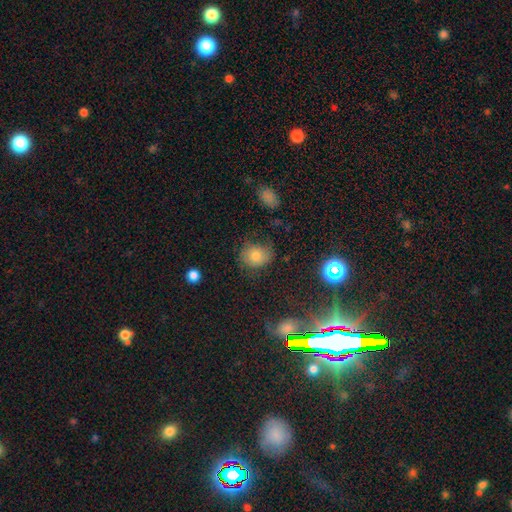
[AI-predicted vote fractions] Smooth or featured: smooth — 68% (star or artifact — 16%)
How rounded: round — 57% (in between — 41%)
Merging: none — 65% (minor disturbance — 23%)